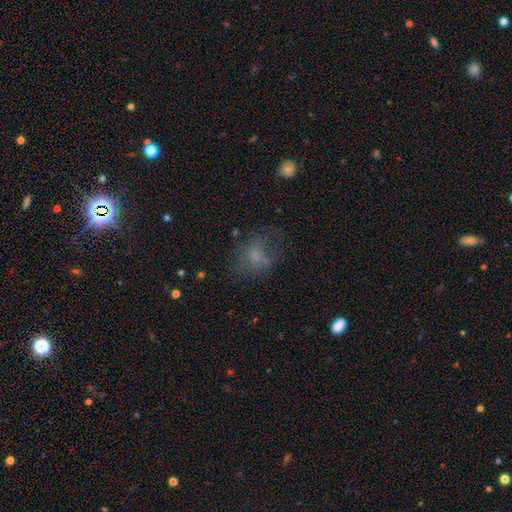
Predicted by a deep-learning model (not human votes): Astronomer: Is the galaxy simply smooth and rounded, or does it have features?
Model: smooth — 51% (runner-up: featured or disk, 31%).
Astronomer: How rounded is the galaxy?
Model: in between — 62%.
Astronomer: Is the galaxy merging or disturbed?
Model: none — 44% (runner-up: major disturbance, 30%).